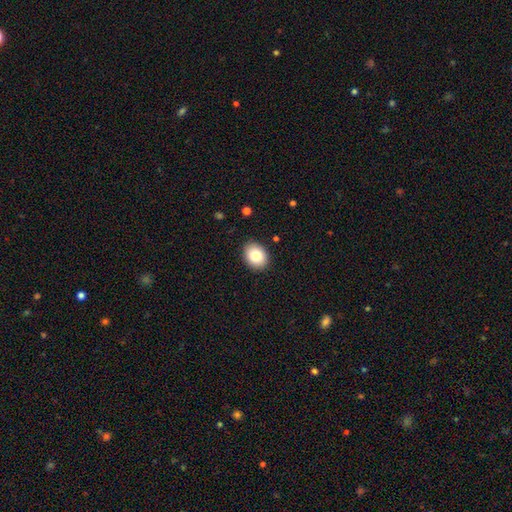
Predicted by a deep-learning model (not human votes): smooth-or-featured: smooth: 83% | featured or disk: 9% | star or artifact: 8%
  how-rounded: in between: 60% | round: 40% | cigar-shaped: 1%
  merging: none: 89% | minor disturbance: 8% | major disturbance: 2% | merger: 1%